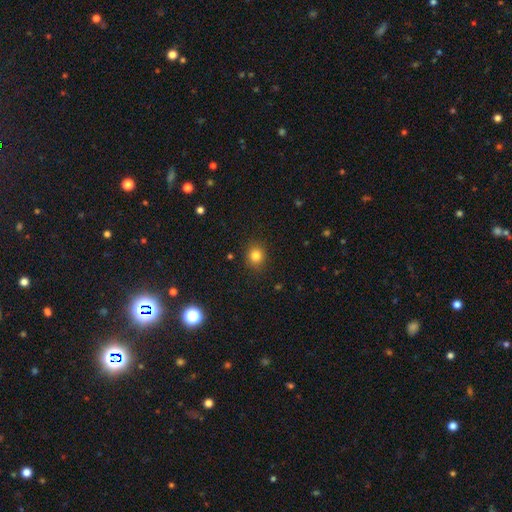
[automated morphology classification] The model was most divided on "how rounded": round: 80%, in between: 19%, cigar-shaped: 1%. More confident: merging — none (89%); smooth or featured — smooth (82%).